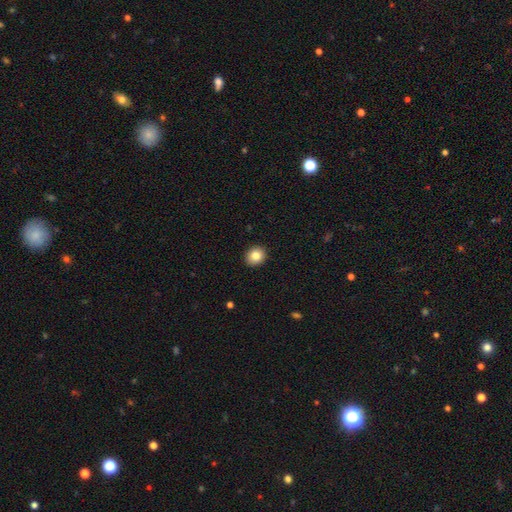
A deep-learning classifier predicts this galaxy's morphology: Smooth or featured?
  - smooth: 83% *
  - star or artifact: 9%
  - featured or disk: 8%
How rounded?
  - round: 76% *
  - in between: 23%
  - cigar-shaped: 1%
Merging?
  - none: 92% *
  - minor disturbance: 6%
  - major disturbance: 1%
  - merger: 1%